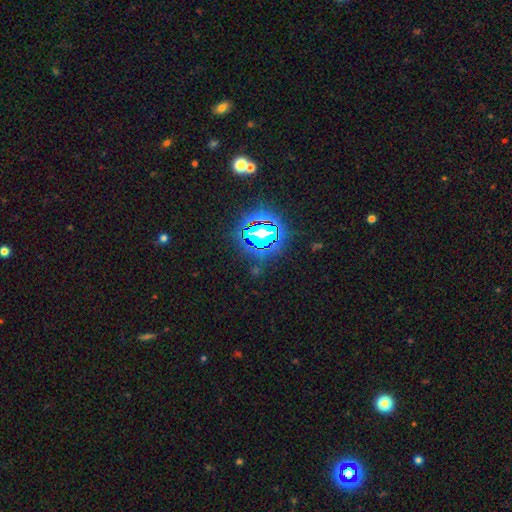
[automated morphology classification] A star or artifact, not a galaxy (82%).

Vote fractions:
- Smooth or featured? star or artifact: 82% / smooth: 11% / featured or disk: 7%